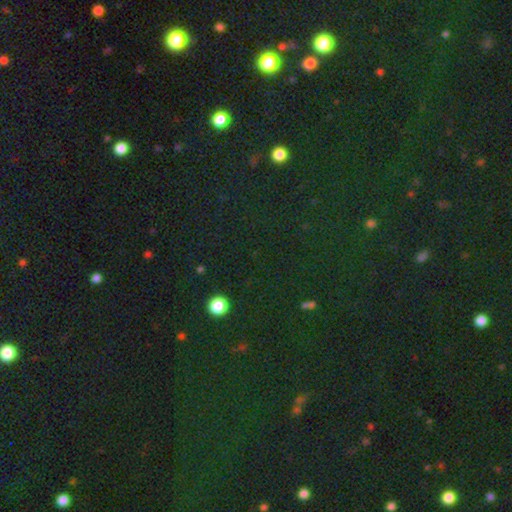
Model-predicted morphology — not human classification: Smooth or featured?
  - star or artifact: 73% *
  - smooth: 19%
  - featured or disk: 8%